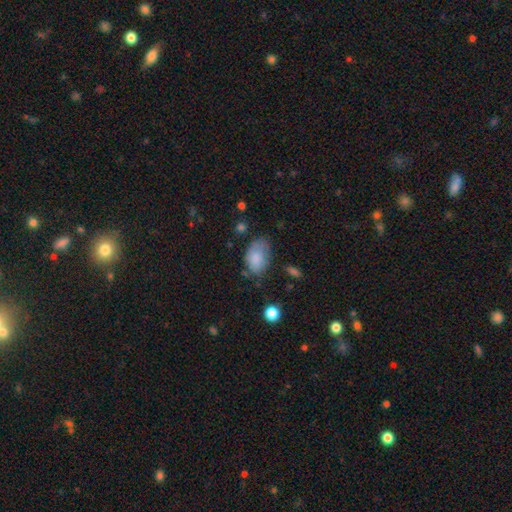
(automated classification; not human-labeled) This appears to be a smooth galaxy with no disk features (78%) that is in between round and cigar-shaped (88%). Merging: none (54%).